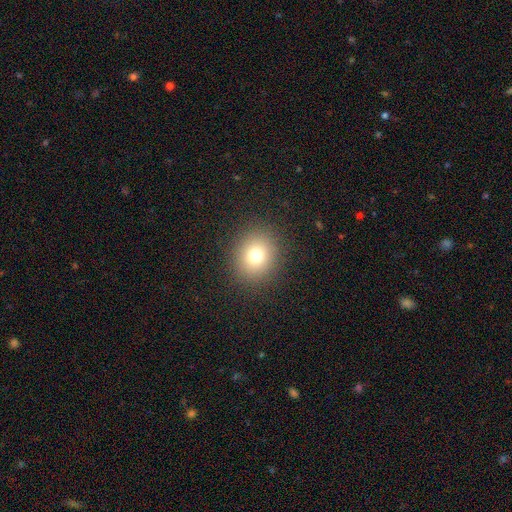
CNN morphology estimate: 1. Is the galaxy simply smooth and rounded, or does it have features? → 75% smooth, 15% star or artifact, 10% featured or disk.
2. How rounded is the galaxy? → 79% round, 20% in between, 1% cigar-shaped.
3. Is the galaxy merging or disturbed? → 89% none, 7% minor disturbance, 3% major disturbance, 1% merger.